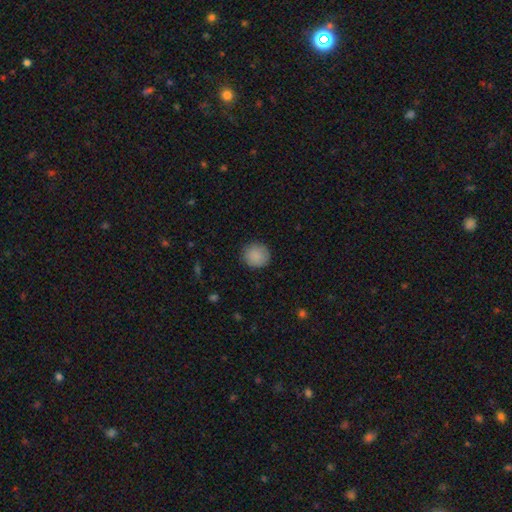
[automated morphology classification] A smooth galaxy with no disk features (89%) that is round (90%). Merging: none (88%).